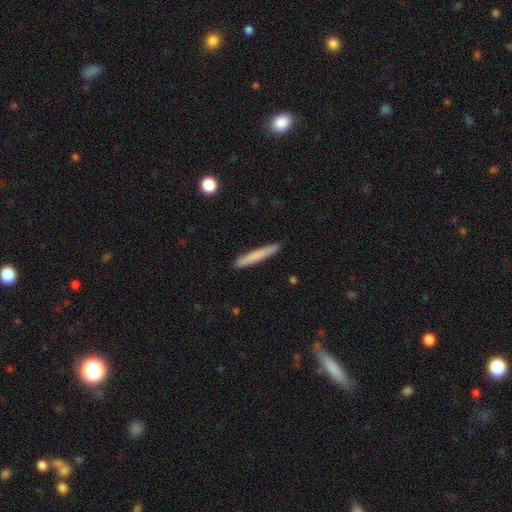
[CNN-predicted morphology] A smooth galaxy with no disk features (75%) that is cigar-shaped (96%). Merging: none (90%).